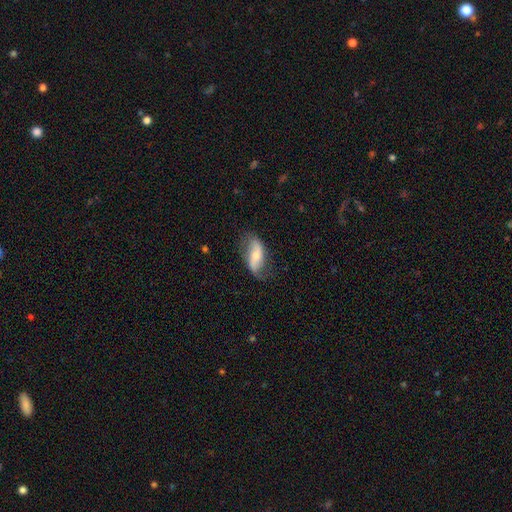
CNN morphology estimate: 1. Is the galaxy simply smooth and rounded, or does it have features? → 60% featured or disk, 34% smooth, 7% star or artifact.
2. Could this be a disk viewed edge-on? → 90% no, 10% yes.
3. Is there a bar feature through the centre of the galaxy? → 47% no, 30% weak, 23% strong.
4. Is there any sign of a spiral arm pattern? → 85% yes, 15% no.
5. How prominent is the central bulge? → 48% moderate, 44% small, 4% large, 3% none, 1% dominant.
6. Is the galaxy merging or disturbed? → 65% none, 24% minor disturbance, 9% major disturbance, 2% merger.